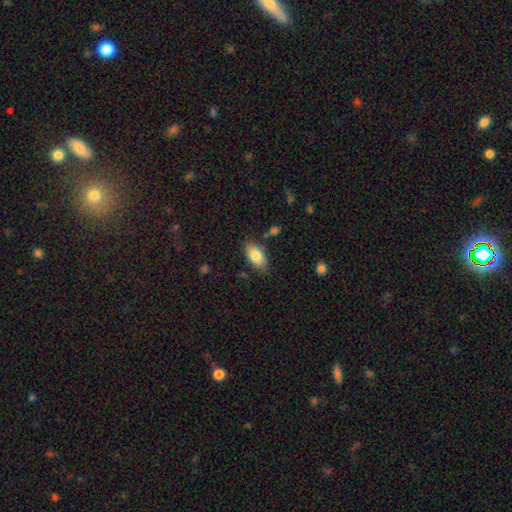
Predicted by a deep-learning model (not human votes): Smooth or featured: smooth — 83% (featured or disk — 10%)
How rounded: in between — 93% (cigar-shaped — 4%)
Merging: none — 81% (minor disturbance — 13%)